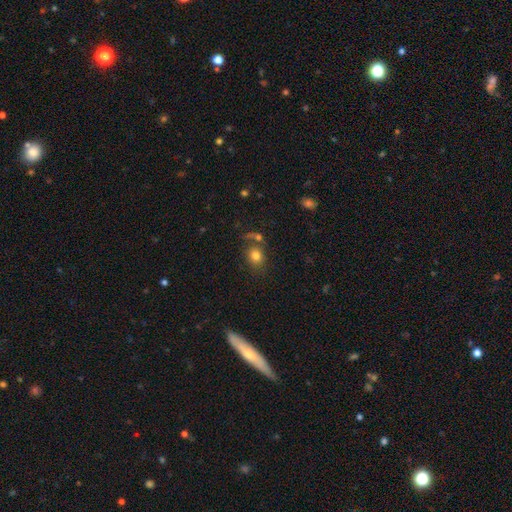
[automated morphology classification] A smooth galaxy with no disk features (79%) that is round (60%).

Vote fractions:
- Smooth or featured? smooth: 79% / star or artifact: 11% / featured or disk: 10%
- How rounded? round: 60% / in between: 39% / cigar-shaped: 1%
- Merging? none: 59% / merger: 18% / minor disturbance: 15% / major disturbance: 8%